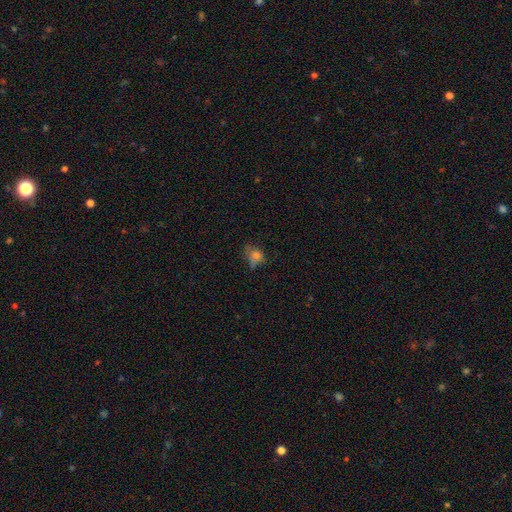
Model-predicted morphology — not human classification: smooth-or-featured: smooth: 67% | star or artifact: 18% | featured or disk: 15%
  how-rounded: in between: 53% | round: 45% | cigar-shaped: 2%
  merging: none: 42% | minor disturbance: 30% | major disturbance: 21% | merger: 8%